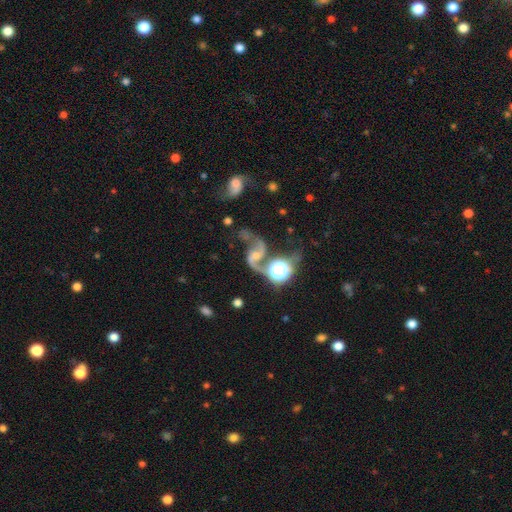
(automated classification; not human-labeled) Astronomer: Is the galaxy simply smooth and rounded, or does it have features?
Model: featured or disk — 84%.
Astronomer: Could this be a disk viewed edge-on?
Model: no — 97%.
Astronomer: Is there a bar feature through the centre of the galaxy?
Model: no — 49% (runner-up: weak, 38%).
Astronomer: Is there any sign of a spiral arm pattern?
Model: yes — 96%.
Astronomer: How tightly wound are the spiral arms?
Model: loose — 76%.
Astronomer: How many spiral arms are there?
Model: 2 — 92%.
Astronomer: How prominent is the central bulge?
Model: small — 42% (runner-up: moderate, 37%).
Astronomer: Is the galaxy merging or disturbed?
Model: none — 46%.